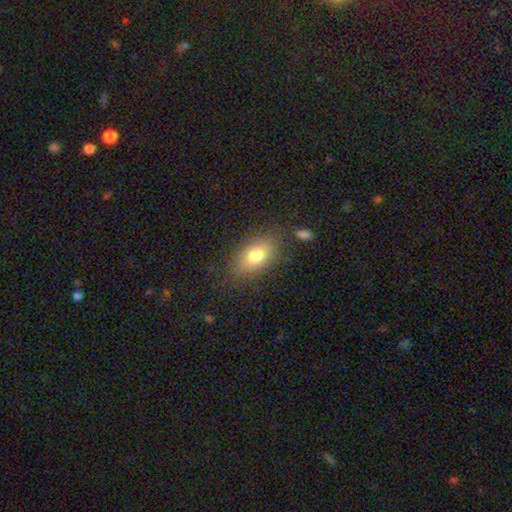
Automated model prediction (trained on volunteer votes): Smooth or featured? Predicted: smooth (p=0.77). How rounded? Predicted: in between (p=0.86). Merging? Predicted: none (p=0.79).